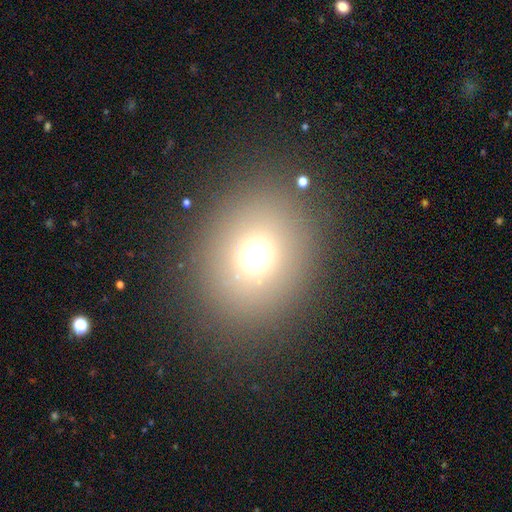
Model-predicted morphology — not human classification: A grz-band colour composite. It shows a smooth galaxy with no disk features (68%) that is round (71%). Merging: none (85%).